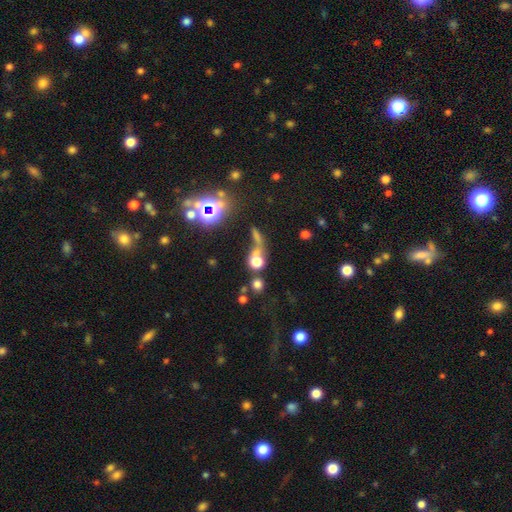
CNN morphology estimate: Q: Smooth or featured?
A: star or artifact (46%); runner-up: smooth (38%)